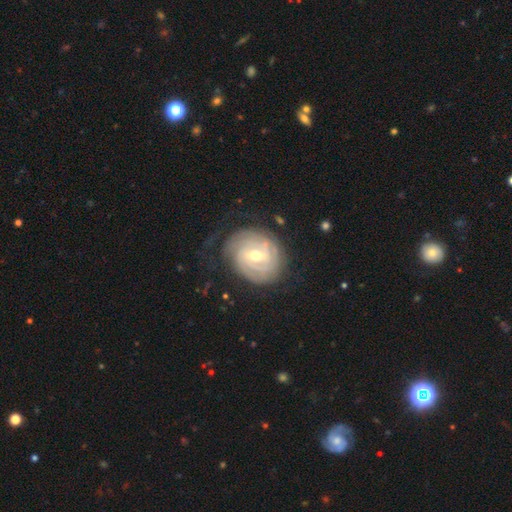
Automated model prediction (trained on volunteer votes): Morphology: type=featured or disk (83%); edge-on=no (97%); bar=weak (54%); spiral arms=yes (94%); winding=tight (76%); arm count=can't tell (39%); bulge=moderate (61%); merging=none (68%).